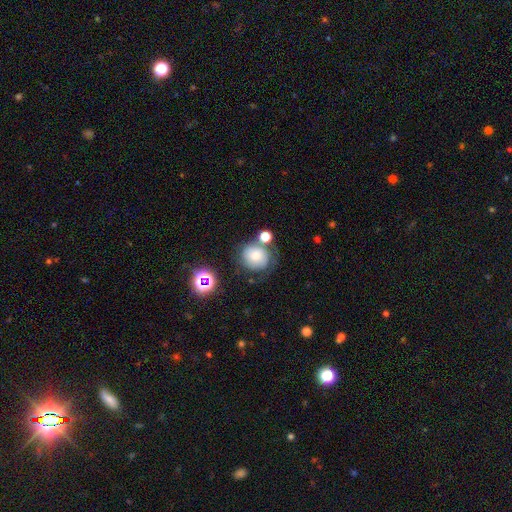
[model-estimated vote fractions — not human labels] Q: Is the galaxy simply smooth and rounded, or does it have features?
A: smooth — 63%.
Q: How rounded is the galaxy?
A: round — 85%.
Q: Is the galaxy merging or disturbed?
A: none — 56%.